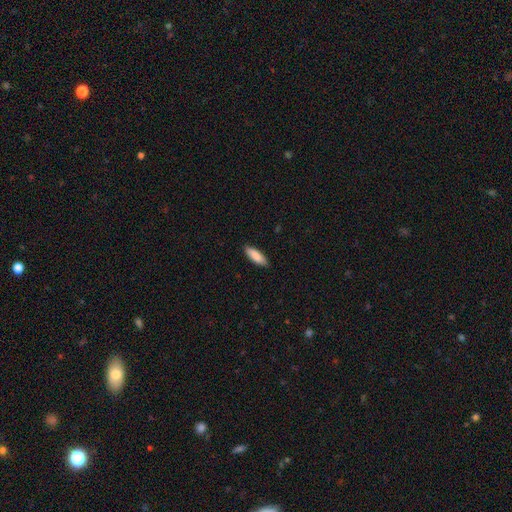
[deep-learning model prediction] Q: Smooth or featured?
A: smooth (88%); runner-up: featured or disk (7%)
Q: How rounded?
A: in between (58%); runner-up: cigar-shaped (41%)
Q: Merging?
A: none (88%); runner-up: minor disturbance (9%)